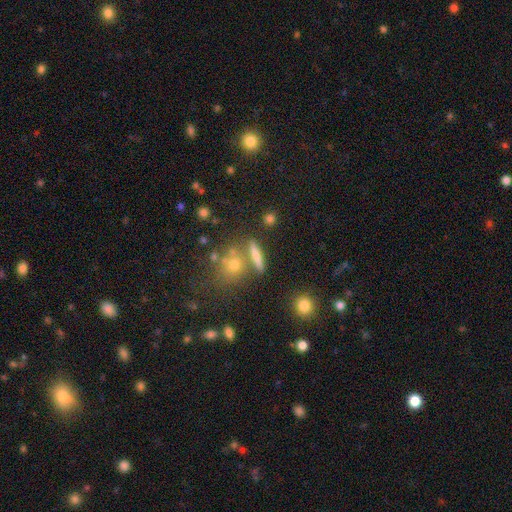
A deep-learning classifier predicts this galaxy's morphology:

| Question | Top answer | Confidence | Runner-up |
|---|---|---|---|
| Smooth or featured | smooth | 59% | featured or disk (24%) |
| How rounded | cigar-shaped | 49% | round (29%) |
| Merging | none | 70% | merger (15%) |